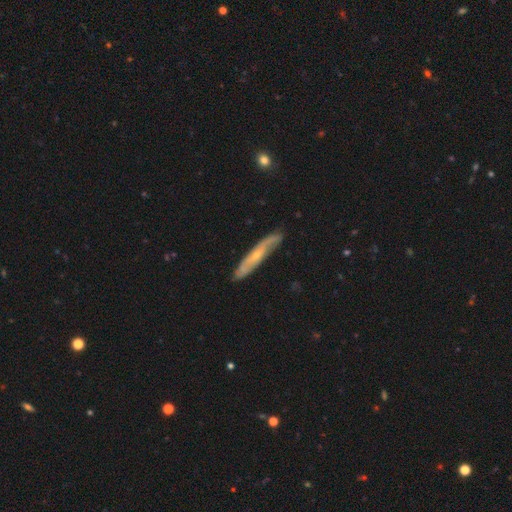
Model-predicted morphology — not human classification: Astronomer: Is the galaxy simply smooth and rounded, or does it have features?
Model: featured or disk — 64%.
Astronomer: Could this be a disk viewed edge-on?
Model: yes — 64%.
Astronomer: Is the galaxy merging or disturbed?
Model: none — 79%.